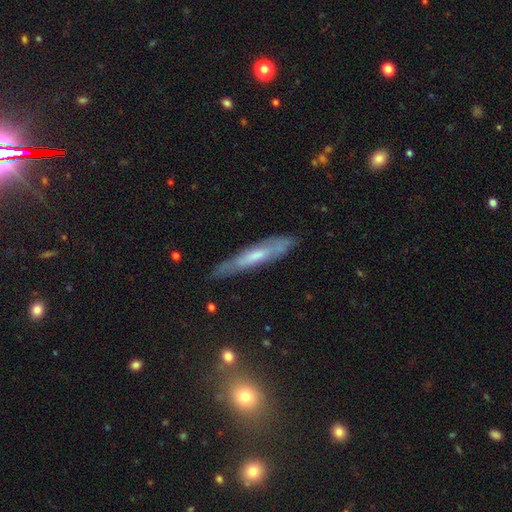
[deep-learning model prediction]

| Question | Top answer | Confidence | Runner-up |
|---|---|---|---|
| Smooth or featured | featured or disk | 50% | smooth (43%) |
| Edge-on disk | yes | 68% | no (32%) |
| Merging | none | 74% | minor disturbance (19%) |